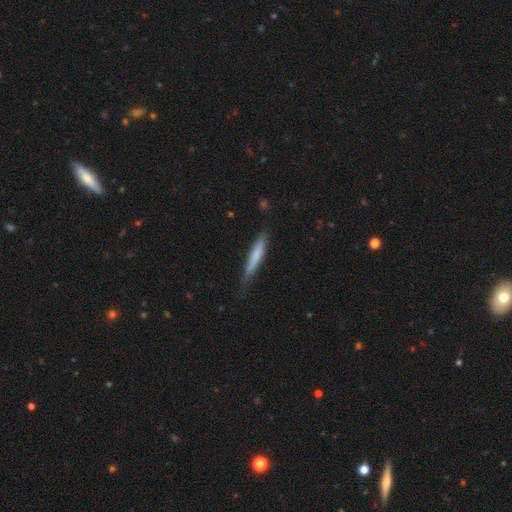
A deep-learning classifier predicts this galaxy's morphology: type=smooth (68%); roundness=cigar-shaped (93%); merging=none (73%).